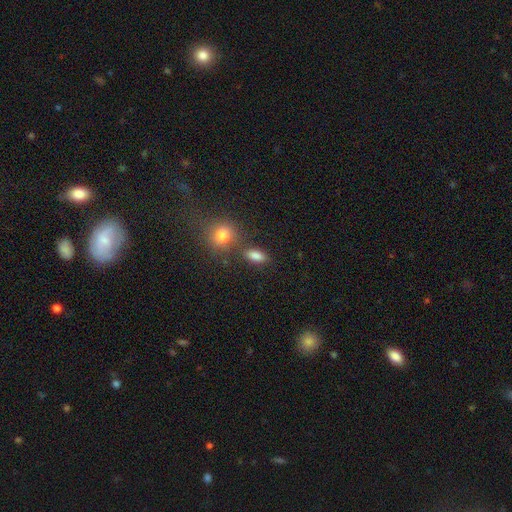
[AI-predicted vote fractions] smooth 84%, star or artifact 10%, featured or disk 6%. Down the decision tree: how rounded — in between (84%); merging — none (72%).